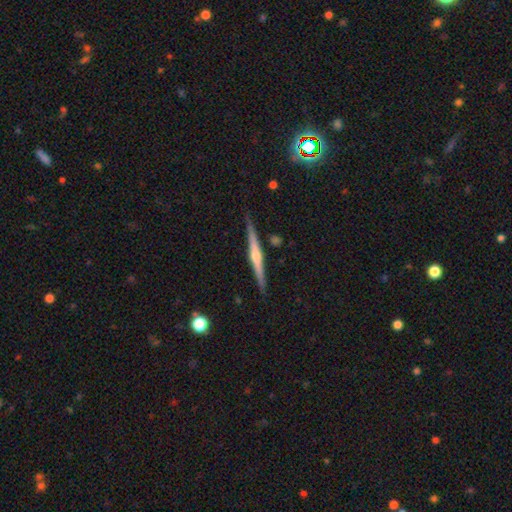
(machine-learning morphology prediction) smooth_or_featured: featured or disk (p=0.76) [alt: smooth p=0.18]
disk_edge_on: yes (p=0.98) [alt: no p=0.02]
edge_on_bulge: rounded (p=0.83) [alt: none p=0.11]
merging: none (p=0.88) [alt: minor disturbance p=0.09]